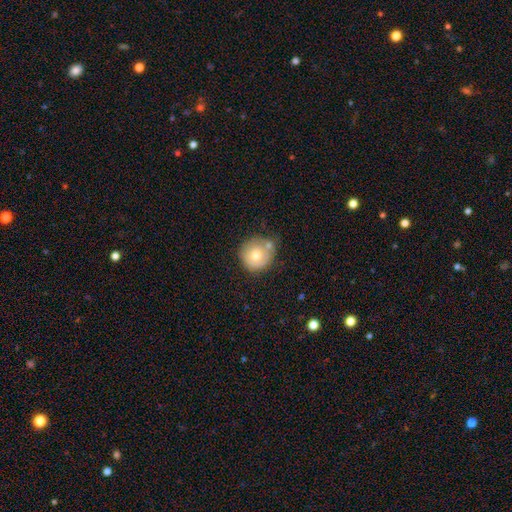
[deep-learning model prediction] Morphology: type=smooth (67%); roundness=round (91%); merging=none (53%).